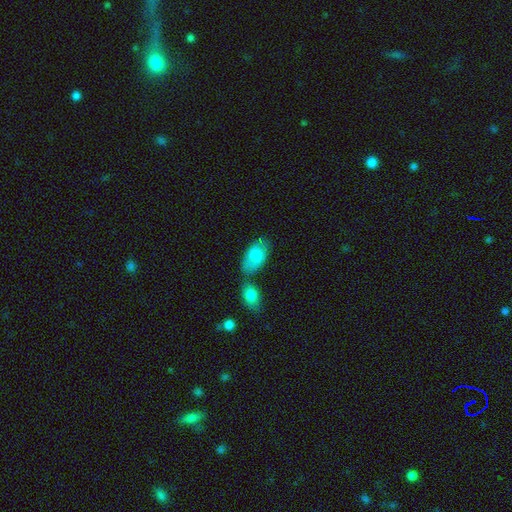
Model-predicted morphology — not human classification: The model was most divided on "merging": none: 48%, merger: 27%, minor disturbance: 19%, major disturbance: 7%. More confident: how rounded — in between (93%); smooth or featured — smooth (81%).